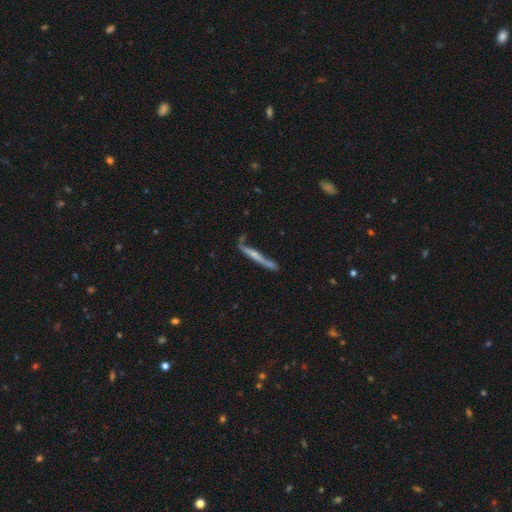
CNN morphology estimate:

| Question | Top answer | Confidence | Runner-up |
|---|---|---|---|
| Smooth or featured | featured or disk | 58% | smooth (35%) |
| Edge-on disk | yes | 88% | no (12%) |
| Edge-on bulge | none | 49% | rounded (38%) |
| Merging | none | 56% | minor disturbance (24%) |